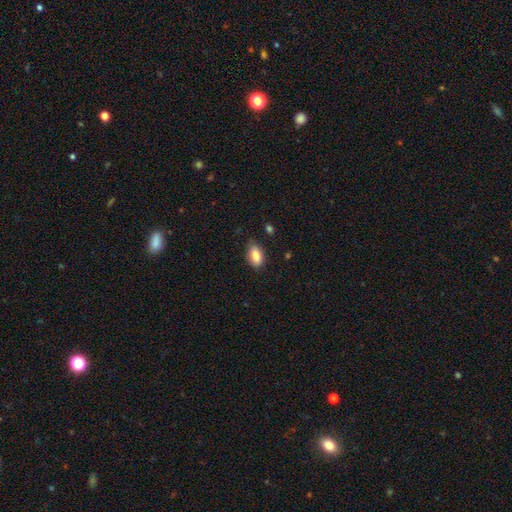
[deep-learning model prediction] smooth-or-featured: smooth: 84% | featured or disk: 8% | star or artifact: 7%
  how-rounded: in between: 91% | round: 6% | cigar-shaped: 3%
  merging: none: 78% | minor disturbance: 18% | major disturbance: 3% | merger: 1%